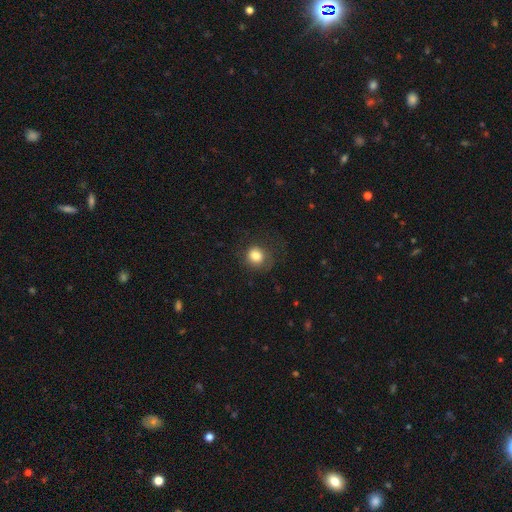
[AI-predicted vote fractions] Smooth or featured: smooth — 81% (star or artifact — 10%)
How rounded: round — 82% (in between — 17%)
Merging: none — 71% (minor disturbance — 17%)